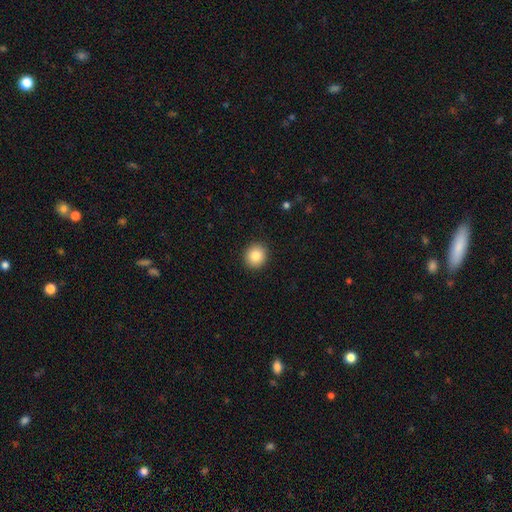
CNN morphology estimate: A smooth galaxy with no disk features (85%) that is round (86%). Merging: none (92%).